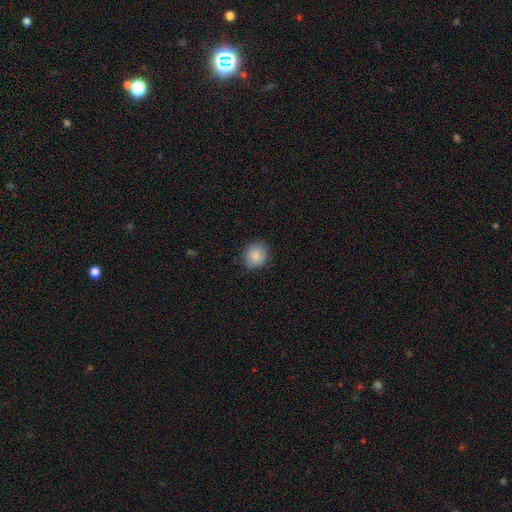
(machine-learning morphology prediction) smooth_or_featured: smooth (p=0.86) [alt: star or artifact p=0.08]
how_rounded: round (p=0.68) [alt: in between p=0.31]
merging: none (p=0.82) [alt: minor disturbance p=0.15]